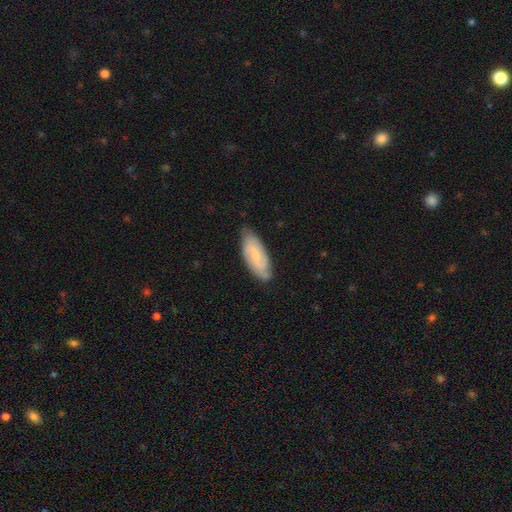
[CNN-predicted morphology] Smooth or featured?
  - featured or disk: 54% *
  - smooth: 40%
  - star or artifact: 6%
Edge-on disk?
  - no: 90% *
  - yes: 10%
Merging?
  - none: 75% *
  - minor disturbance: 20%
  - major disturbance: 3%
  - merger: 1%